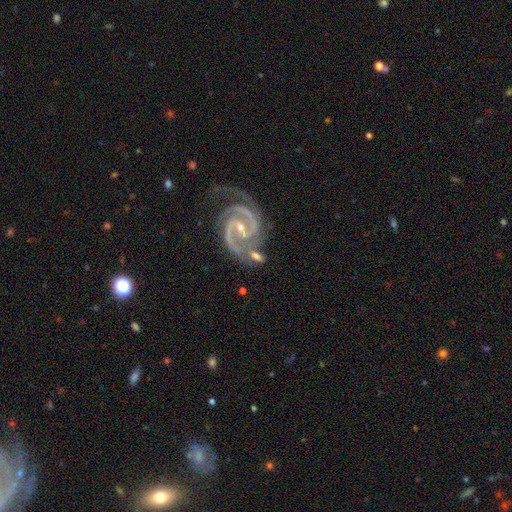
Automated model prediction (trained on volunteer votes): featured or disk 91%, smooth 5%, star or artifact 4%. Down the decision tree: edge-on disk — no (98%); bar — weak (41%); spiral arms — yes (98%); spiral arm count — 2 (88%); spiral winding — medium (57%); bulge size — small (68%); merging — none (51%).